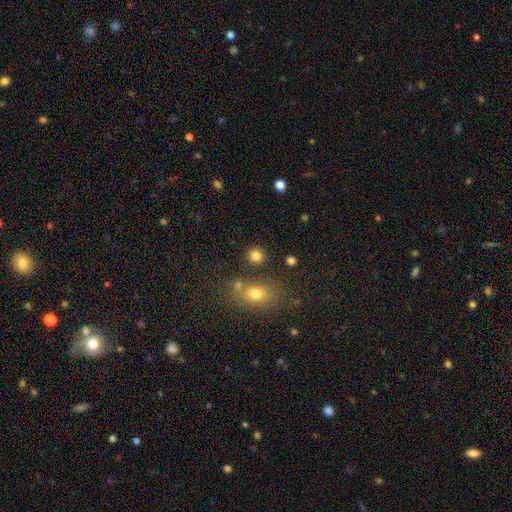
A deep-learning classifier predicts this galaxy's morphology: Smooth or featured?
  - smooth: 82% *
  - star or artifact: 13%
  - featured or disk: 6%
How rounded?
  - round: 88% *
  - in between: 11%
  - cigar-shaped: 1%
Merging?
  - none: 84% *
  - minor disturbance: 7%
  - merger: 6%
  - major disturbance: 3%